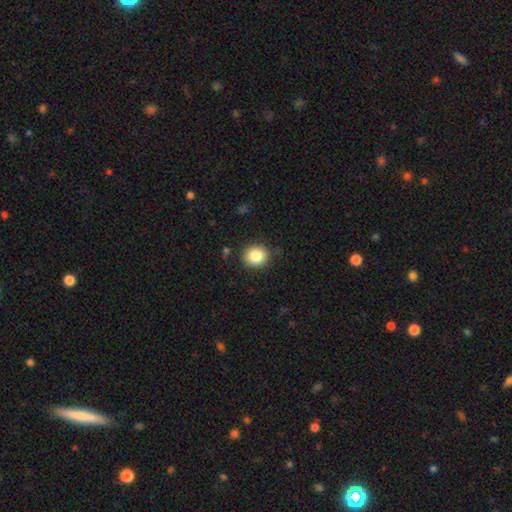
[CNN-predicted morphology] Smooth or featured: smooth — 84% (star or artifact — 10%)
How rounded: round — 84% (in between — 15%)
Merging: none — 88% (minor disturbance — 8%)